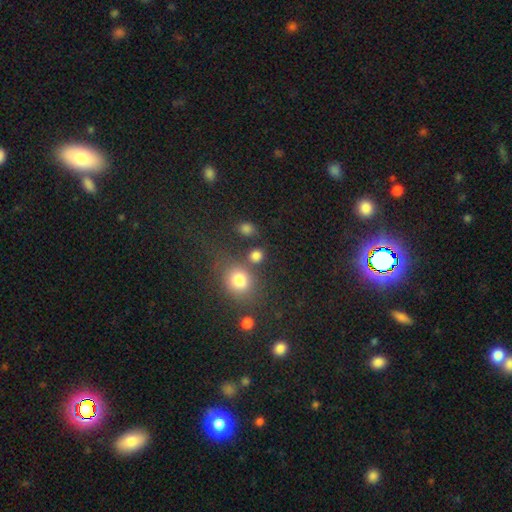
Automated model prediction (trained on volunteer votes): A smooth galaxy with no disk features (80%) that is round (77%).

Vote fractions:
- Smooth or featured? smooth: 80% / star or artifact: 14% / featured or disk: 6%
- How rounded? round: 77% / in between: 22% / cigar-shaped: 1%
- Merging? none: 69% / merger: 15% / minor disturbance: 11% / major disturbance: 6%